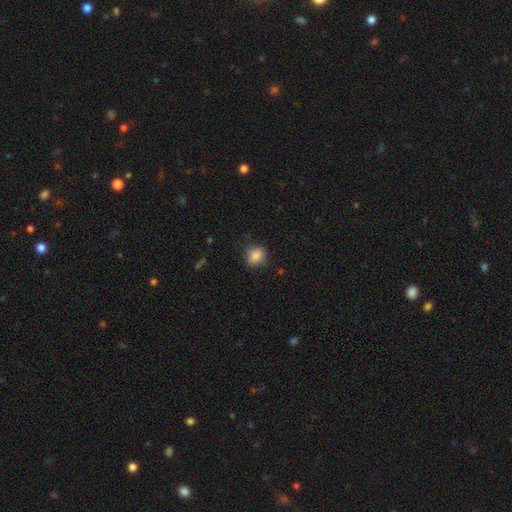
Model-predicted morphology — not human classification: Smooth or featured? Predicted: smooth (p=0.85). How rounded? Predicted: round (p=0.73). Merging? Predicted: none (p=0.79).